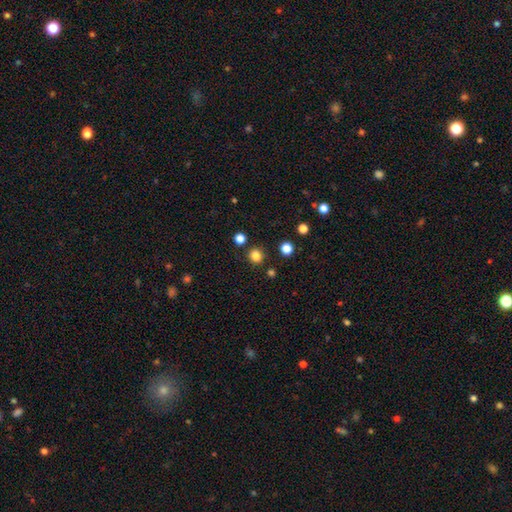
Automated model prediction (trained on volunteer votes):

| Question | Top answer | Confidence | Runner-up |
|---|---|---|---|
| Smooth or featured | smooth | 82% | star or artifact (14%) |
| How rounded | round | 86% | in between (14%) |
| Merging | none | 88% | minor disturbance (7%) |